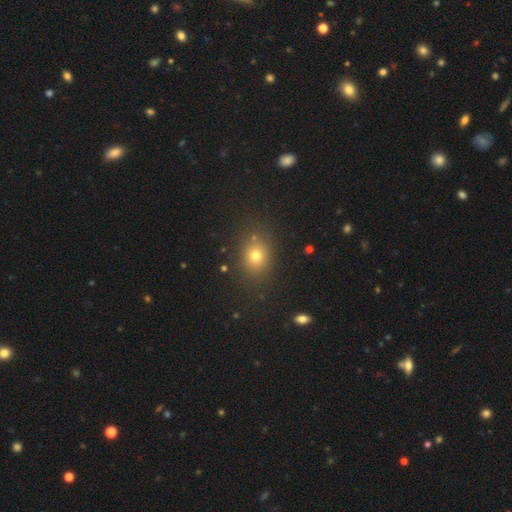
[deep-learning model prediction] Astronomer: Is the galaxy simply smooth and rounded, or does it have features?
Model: smooth — 71%.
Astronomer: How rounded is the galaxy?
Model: round — 55% (runner-up: in between, 44%).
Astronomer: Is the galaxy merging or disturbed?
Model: none — 83%.